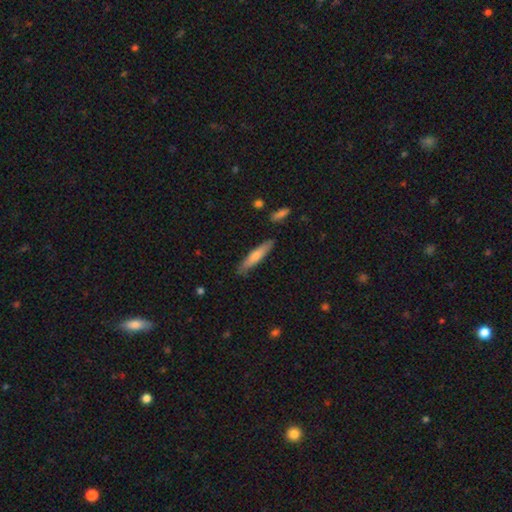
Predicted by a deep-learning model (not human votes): A smooth galaxy with no disk features (64%) that is cigar-shaped (89%).

Vote fractions:
- Smooth or featured? smooth: 64% / featured or disk: 31% / star or artifact: 6%
- How rounded? cigar-shaped: 89% / in between: 10% / round: 1%
- Merging? none: 86% / minor disturbance: 10% / merger: 2% / major disturbance: 2%